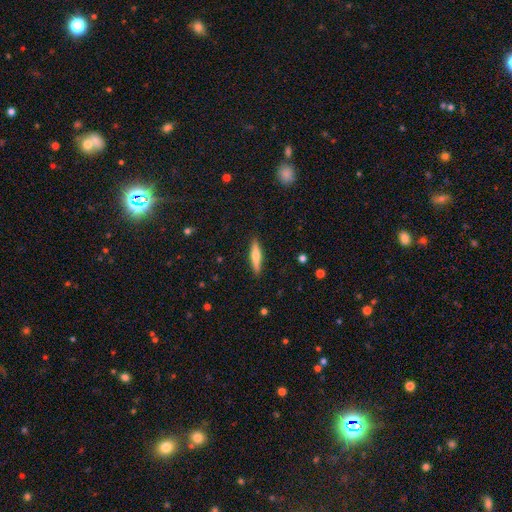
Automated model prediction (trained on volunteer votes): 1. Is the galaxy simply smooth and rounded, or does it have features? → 48% smooth, 46% featured or disk, 6% star or artifact.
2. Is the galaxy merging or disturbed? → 90% none, 7% minor disturbance, 2% major disturbance, 1% merger.